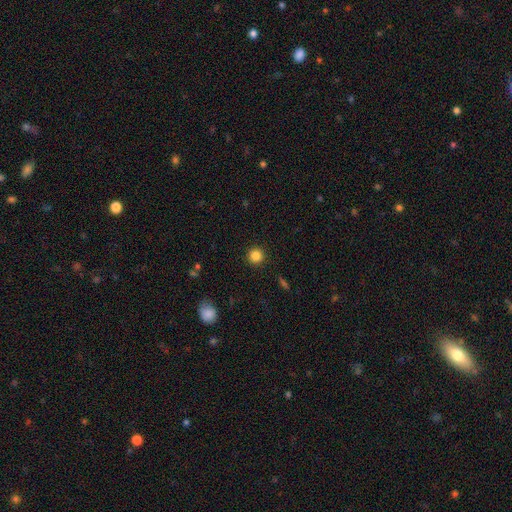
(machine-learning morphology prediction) Smooth or featured?
  - smooth: 85% *
  - star or artifact: 11%
  - featured or disk: 4%
How rounded?
  - round: 95% *
  - in between: 4%
  - cigar-shaped: 1%
Merging?
  - none: 92% *
  - minor disturbance: 5%
  - major disturbance: 2%
  - merger: 1%